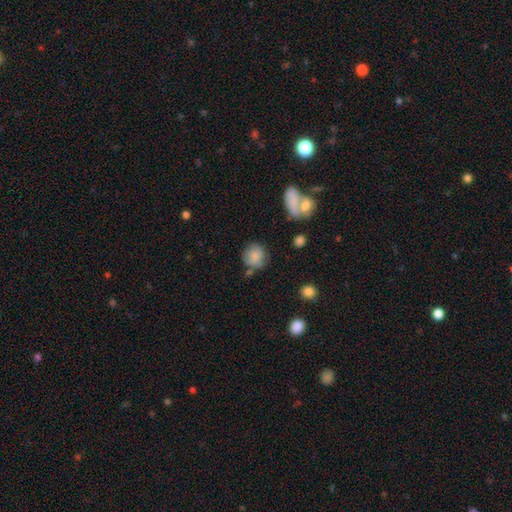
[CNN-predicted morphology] Smooth or featured? smooth (82%)
How rounded? round (84%)
Merging? none (67%)